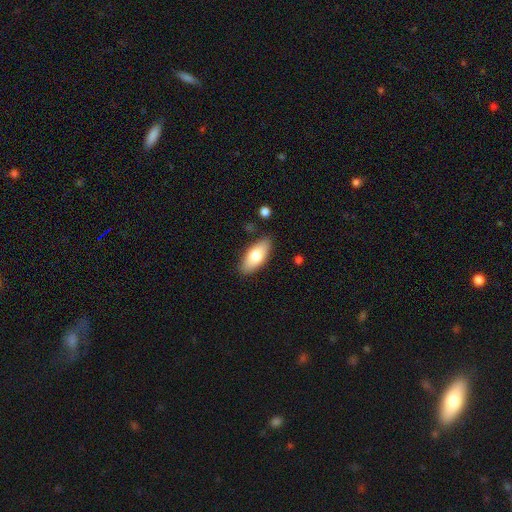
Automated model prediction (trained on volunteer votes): Smooth or featured: smooth — 76% (featured or disk — 18%)
How rounded: in between — 87% (cigar-shaped — 11%)
Merging: none — 85% (minor disturbance — 11%)